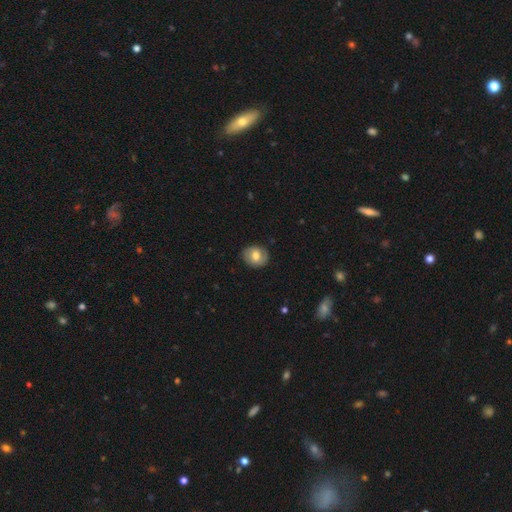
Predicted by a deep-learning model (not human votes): Morphology: type=smooth (64%); roundness=round (71%); merging=none (85%).